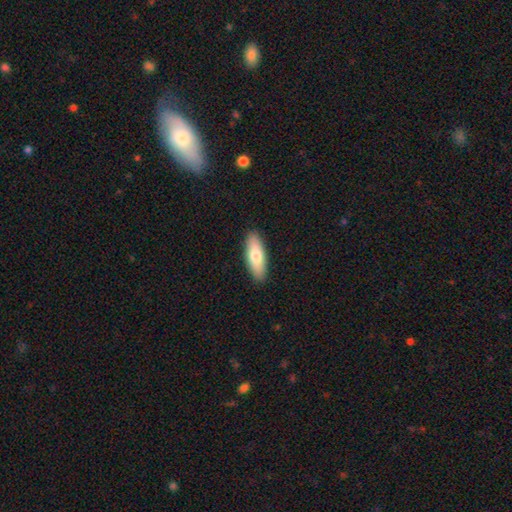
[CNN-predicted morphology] This appears to be a smooth galaxy with no disk features (73%) that is in between round and cigar-shaped (60%). Merging: none (90%).